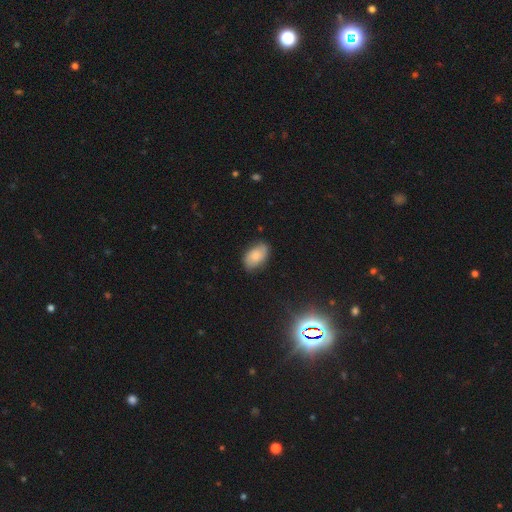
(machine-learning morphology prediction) type=smooth (72%); roundness=in between (92%); merging=none (78%).